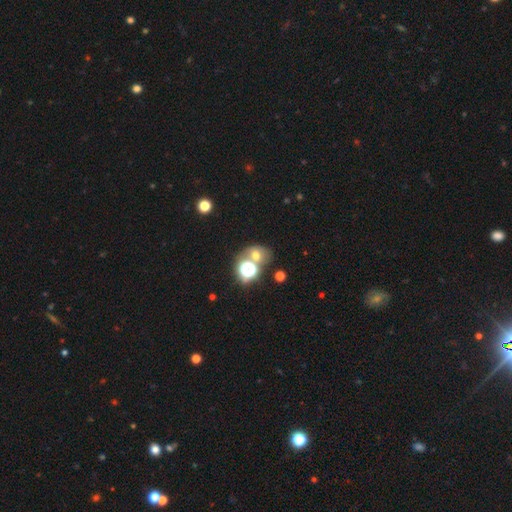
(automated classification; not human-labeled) The model was most divided on "how rounded": round: 57%, in between: 42%, cigar-shaped: 1%. More confident: smooth or featured — smooth (55%); merging — none (51%).